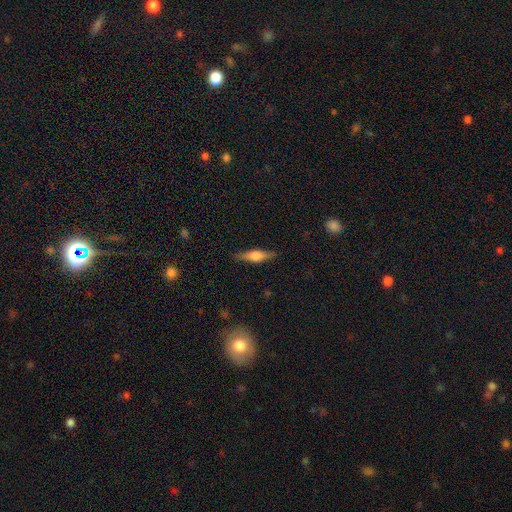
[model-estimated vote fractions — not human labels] A featured or disk galaxy (50%). Merging: none (85%).